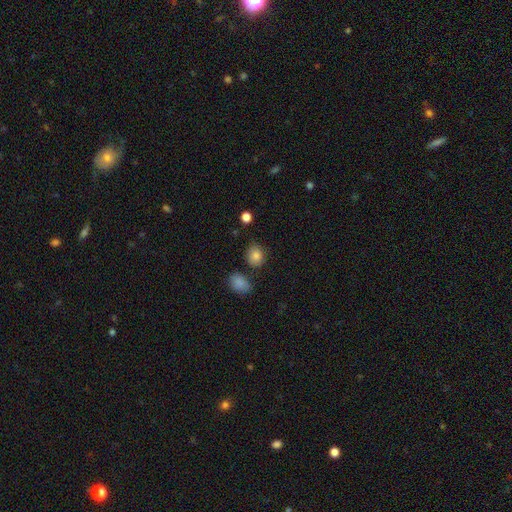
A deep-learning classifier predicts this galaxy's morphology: A smooth galaxy with no disk features (85%) that is round (66%). Merging: none (77%).